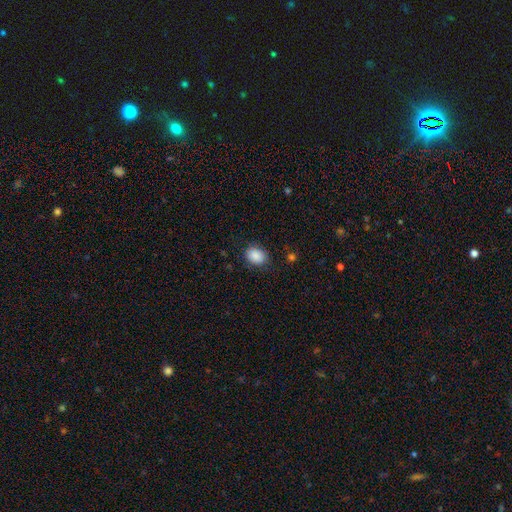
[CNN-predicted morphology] Smooth or featured: smooth — 88% (star or artifact — 8%)
How rounded: in between — 62% (round — 37%)
Merging: none — 82% (minor disturbance — 13%)